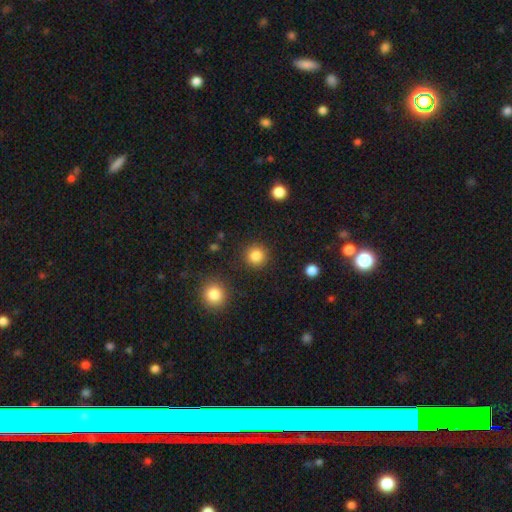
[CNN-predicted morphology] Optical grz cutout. It shows a smooth galaxy with no disk features (85%) that is round (94%). Merging: none (90%).